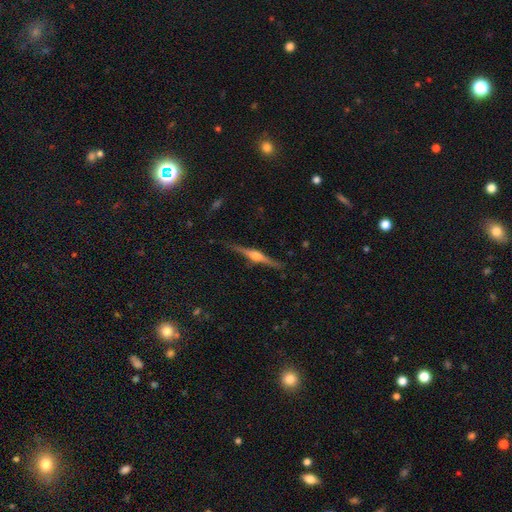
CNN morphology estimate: Q: Smooth or featured?
A: featured or disk (81%); runner-up: smooth (13%)
Q: Edge-on disk?
A: yes (98%); runner-up: no (2%)
Q: Edge-on bulge?
A: rounded (91%); runner-up: boxy (6%)
Q: Merging?
A: none (87%); runner-up: minor disturbance (10%)